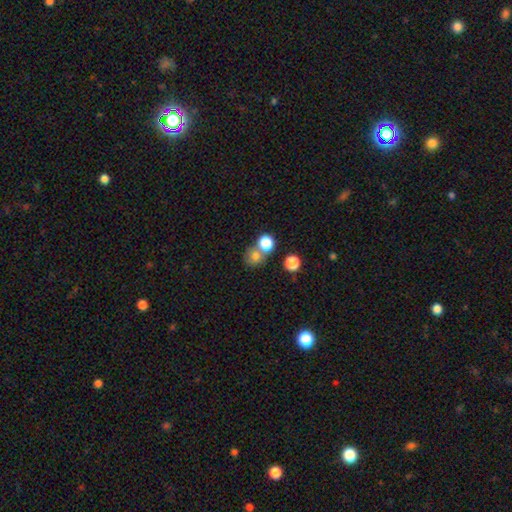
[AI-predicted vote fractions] Smooth or featured?
  - smooth: 76% *
  - star or artifact: 15%
  - featured or disk: 9%
How rounded?
  - round: 81% *
  - in between: 18%
  - cigar-shaped: 1%
Merging?
  - none: 50% *
  - merger: 38%
  - minor disturbance: 8%
  - major disturbance: 4%